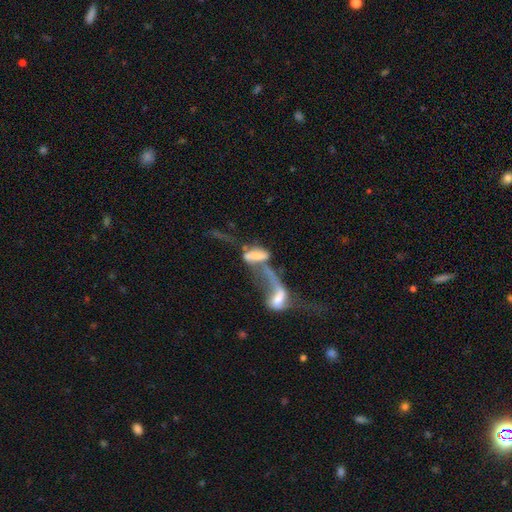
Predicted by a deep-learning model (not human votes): Overall: smooth (45%; featured or disk 44%). Merging: merger (75%).